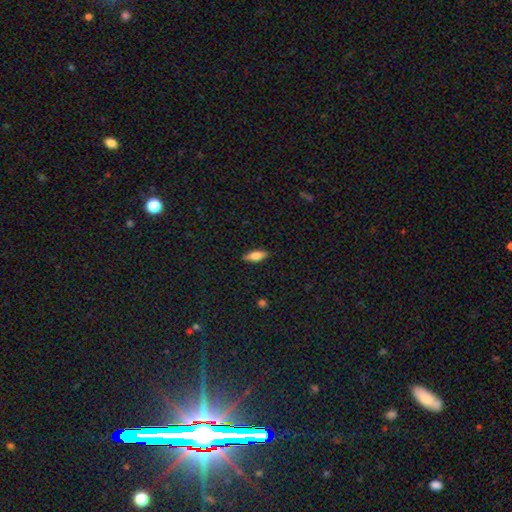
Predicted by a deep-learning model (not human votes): Smooth or featured?
  - smooth: 71% *
  - featured or disk: 22%
  - star or artifact: 7%
How rounded?
  - in between: 68% *
  - cigar-shaped: 29%
  - round: 3%
Merging?
  - none: 88% *
  - minor disturbance: 9%
  - major disturbance: 2%
  - merger: 1%